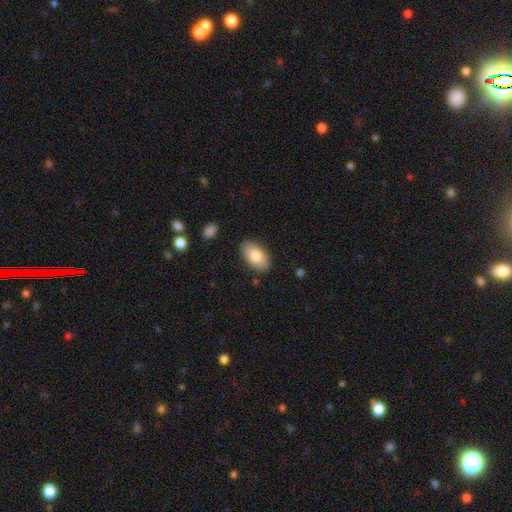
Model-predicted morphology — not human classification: Smooth or featured: smooth — 81% (featured or disk — 13%)
How rounded: in between — 94% (round — 4%)
Merging: none — 86% (minor disturbance — 10%)